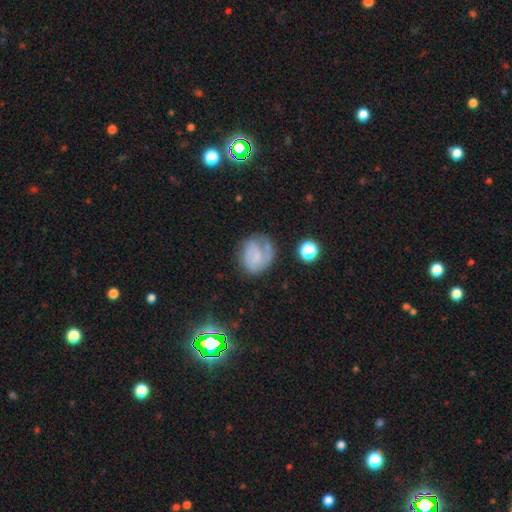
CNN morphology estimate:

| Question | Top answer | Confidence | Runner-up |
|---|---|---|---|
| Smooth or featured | featured or disk | 48% | smooth (42%) |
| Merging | none | 49% | minor disturbance (25%) |